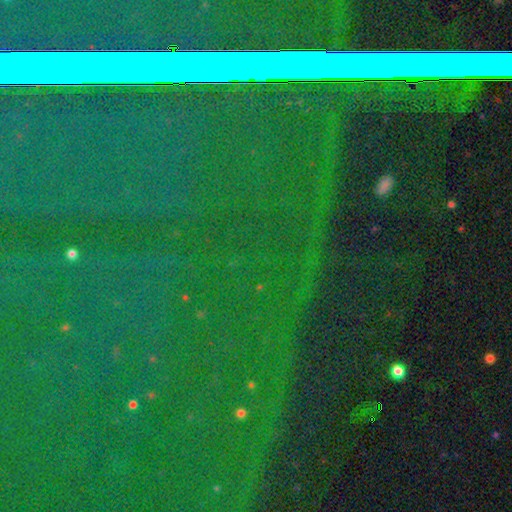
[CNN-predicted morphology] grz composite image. It shows a star or artifact, not a galaxy (86%).